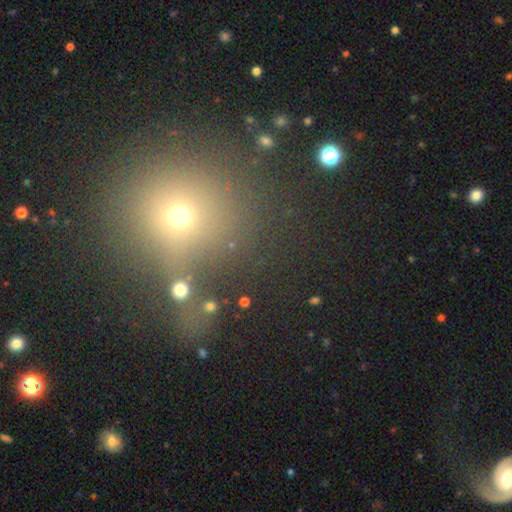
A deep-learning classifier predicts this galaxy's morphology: The model was most divided on "smooth or featured": smooth: 49%, star or artifact: 40%, featured or disk: 11%. More confident: merging — none (69%).